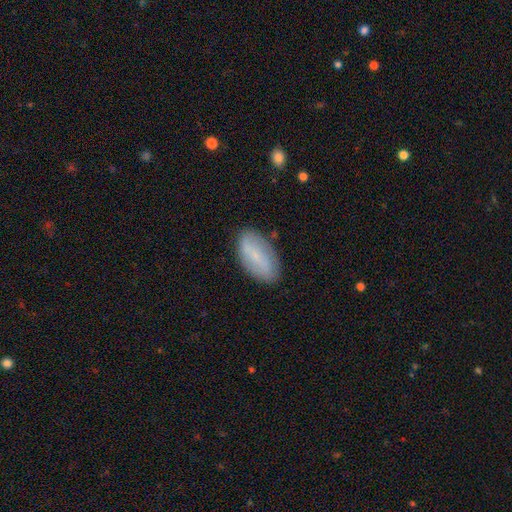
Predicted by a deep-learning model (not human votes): Smooth or featured? Predicted: smooth (p=0.53). How rounded? Predicted: in between (p=0.92). Merging? Predicted: none (p=0.82).